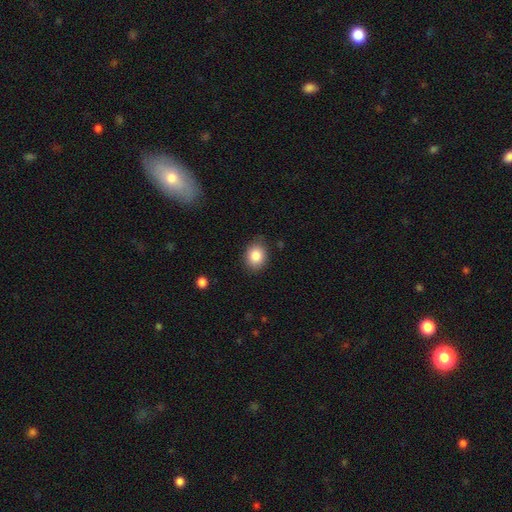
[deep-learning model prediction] smooth-or-featured: smooth: 85% | star or artifact: 9% | featured or disk: 6%
  how-rounded: round: 53% | in between: 46% | cigar-shaped: 1%
  merging: none: 84% | minor disturbance: 12% | major disturbance: 3% | merger: 1%